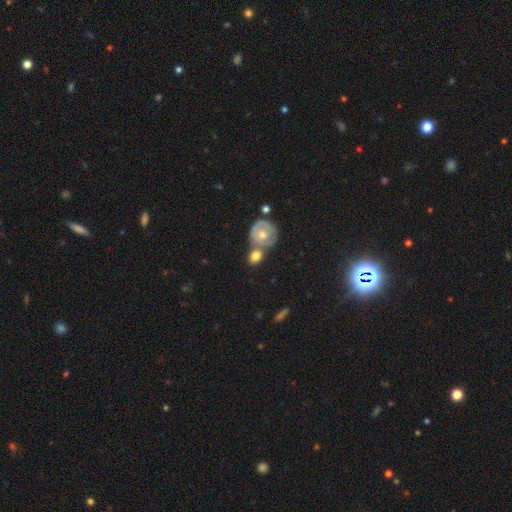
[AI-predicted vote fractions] A smooth galaxy with no disk features (64%) that is round (67%). Merging: none (47%).